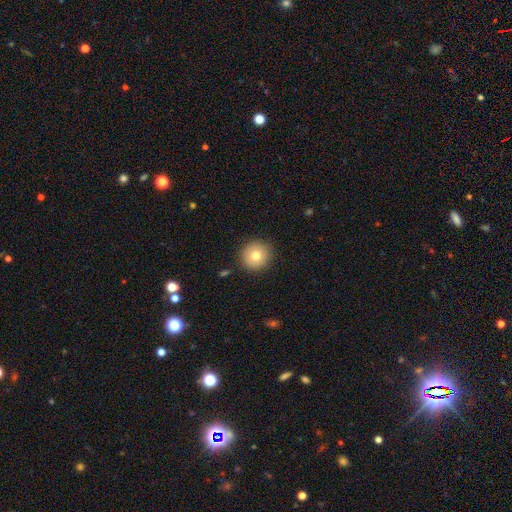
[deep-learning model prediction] Overall: smooth (77%). How rounded: round (94%). Merging: none (89%).